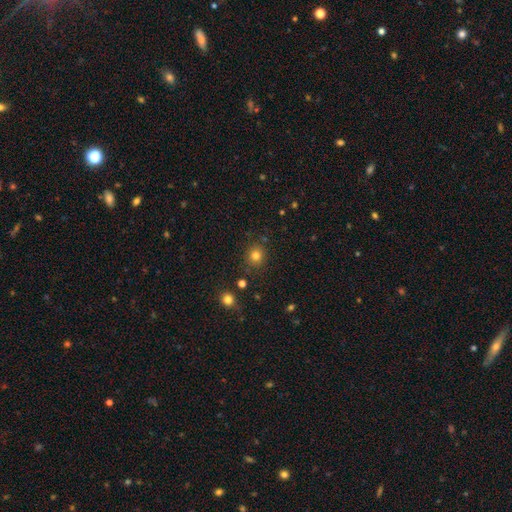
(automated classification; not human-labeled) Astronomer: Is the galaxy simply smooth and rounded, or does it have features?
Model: smooth — 80%.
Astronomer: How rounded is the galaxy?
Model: round — 85%.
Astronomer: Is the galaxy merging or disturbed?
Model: none — 86%.